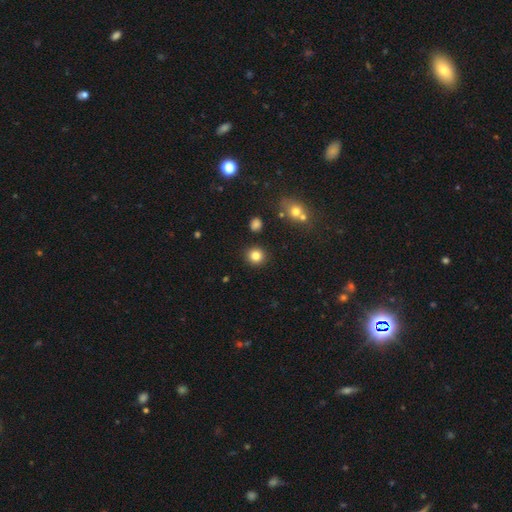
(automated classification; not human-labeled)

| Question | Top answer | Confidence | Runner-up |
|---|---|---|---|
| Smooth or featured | smooth | 83% | star or artifact (12%) |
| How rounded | round | 91% | in between (8%) |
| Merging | none | 90% | minor disturbance (6%) |